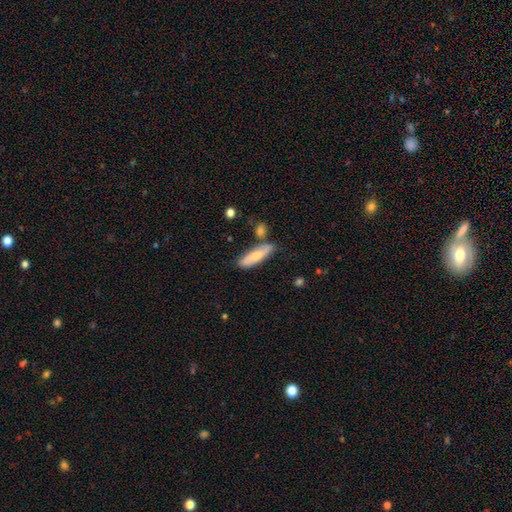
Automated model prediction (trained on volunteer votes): Smooth or featured?
  - smooth: 66% *
  - featured or disk: 29%
  - star or artifact: 6%
How rounded?
  - cigar-shaped: 56% *
  - in between: 42%
  - round: 2%
Merging?
  - none: 71% *
  - minor disturbance: 16%
  - merger: 9%
  - major disturbance: 3%